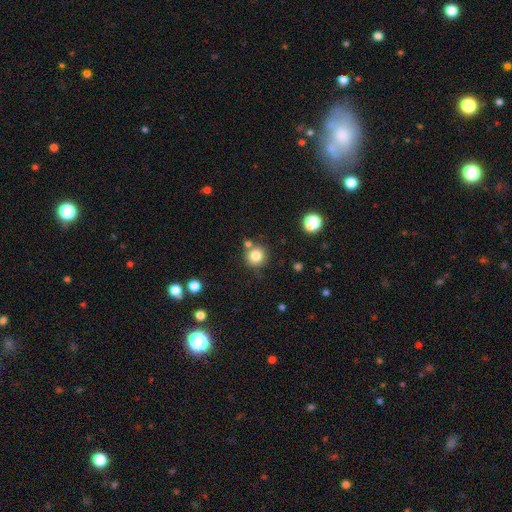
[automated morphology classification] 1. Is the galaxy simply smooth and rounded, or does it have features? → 81% smooth, 12% star or artifact, 7% featured or disk.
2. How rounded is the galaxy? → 92% round, 7% in between, 1% cigar-shaped.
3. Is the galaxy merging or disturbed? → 77% none, 12% merger, 9% minor disturbance, 3% major disturbance.